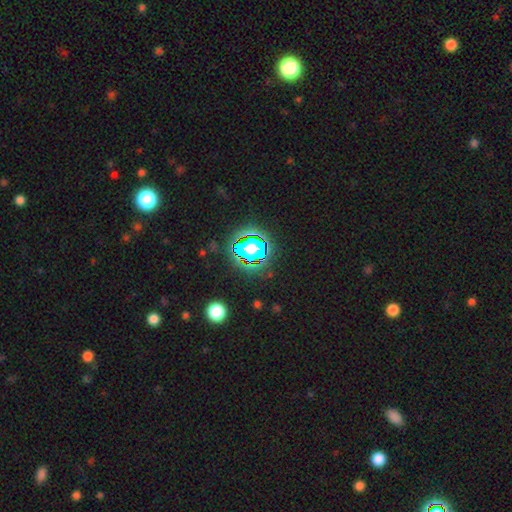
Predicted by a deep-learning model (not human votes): The model was most divided on "smooth or featured": star or artifact: 82%, smooth: 11%, featured or disk: 7%.